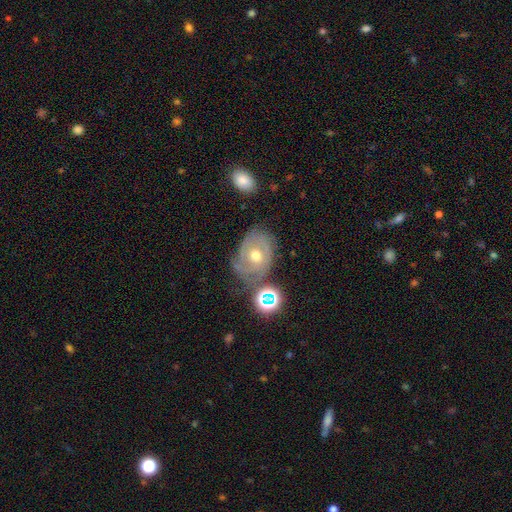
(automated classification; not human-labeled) A featured or disk galaxy (67%) with no bar (75%), spiral arms (77%) and a moderate central bulge (77%). Merging: none (55%).